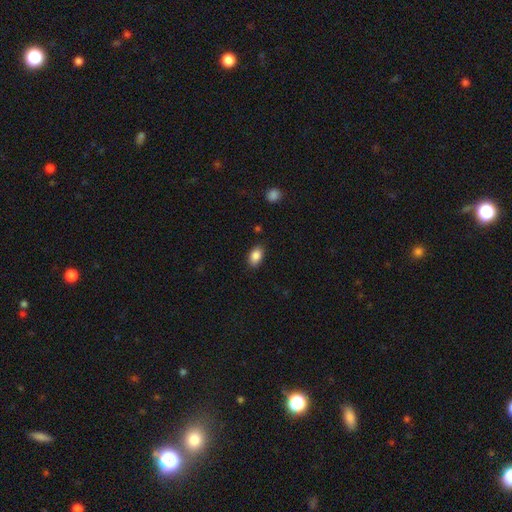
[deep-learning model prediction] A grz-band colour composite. It shows a smooth galaxy with no disk features (87%) that is in between round and cigar-shaped (90%). Merging: none (85%).